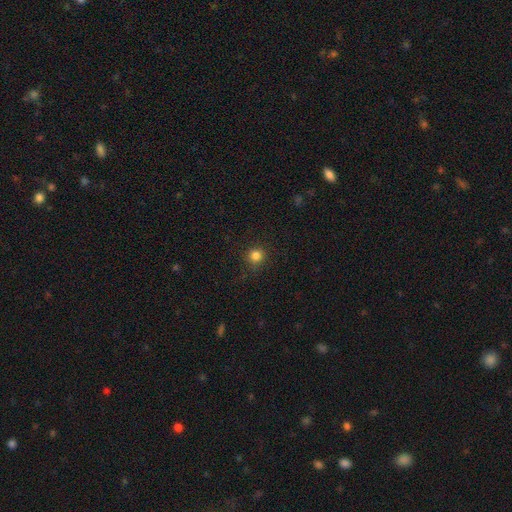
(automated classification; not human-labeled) This is clearly a smooth galaxy (83%). How rounded: clearly round (94%). Merging: clearly none (88%).